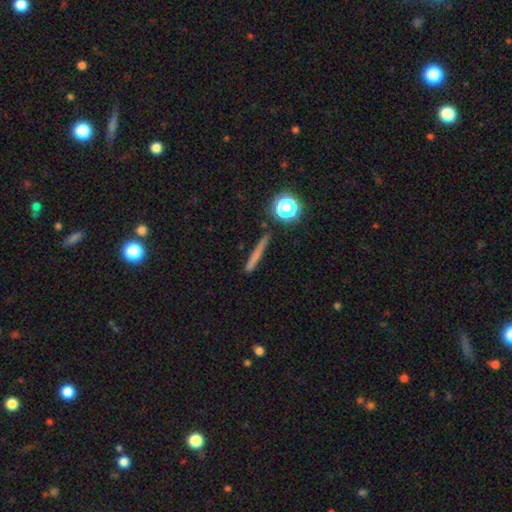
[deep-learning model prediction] smooth_or_featured: smooth (p=0.61) [alt: featured or disk p=0.27]
how_rounded: cigar-shaped (p=0.89) [alt: round p=0.07]
merging: none (p=0.88) [alt: minor disturbance p=0.08]